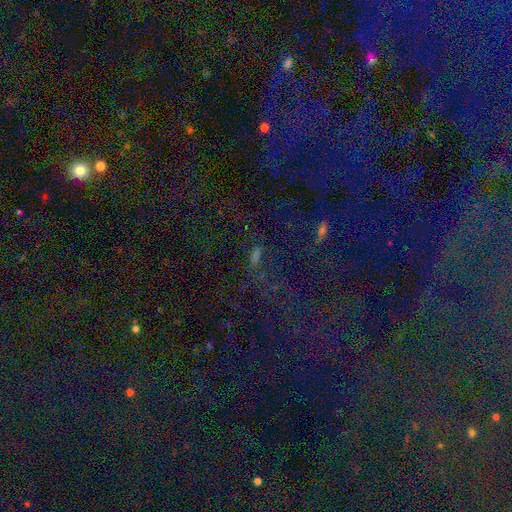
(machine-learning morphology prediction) Smooth or featured? Predicted: star or artifact (p=0.59).